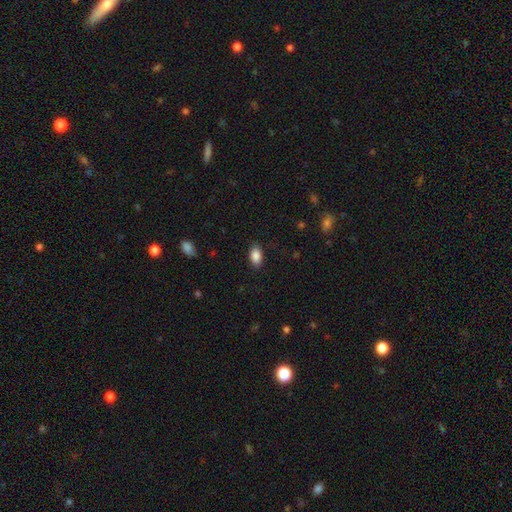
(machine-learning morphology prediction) A smooth galaxy with no disk features (87%) that is in between round and cigar-shaped (92%).

Vote fractions:
- Smooth or featured? smooth: 87% / star or artifact: 8% / featured or disk: 5%
- How rounded? in between: 92% / round: 5% / cigar-shaped: 3%
- Merging? none: 87% / minor disturbance: 10% / major disturbance: 2% / merger: 1%